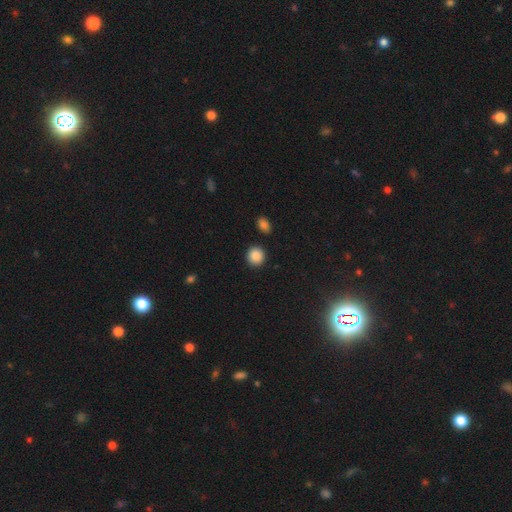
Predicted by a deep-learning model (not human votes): This is clearly a smooth galaxy (88%). How rounded: clearly round (87%). Merging: clearly none (89%).